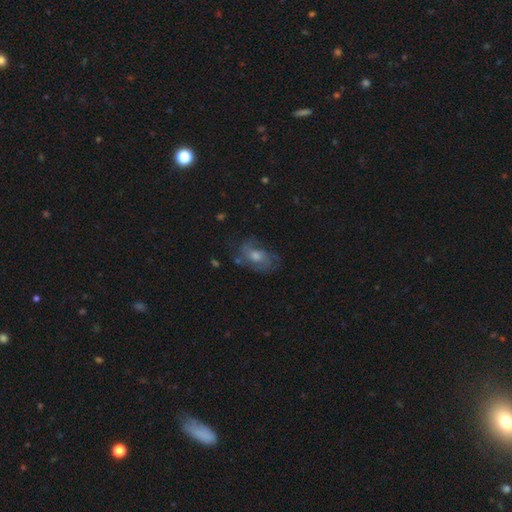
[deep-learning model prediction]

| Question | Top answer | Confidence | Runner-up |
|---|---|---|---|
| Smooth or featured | featured or disk | 61% | smooth (25%) |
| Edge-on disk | no | 95% | yes (5%) |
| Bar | no | 74% | weak (23%) |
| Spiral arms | yes | 78% | no (22%) |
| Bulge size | moderate | 61% | small (19%) |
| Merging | none | 64% | minor disturbance (21%) |